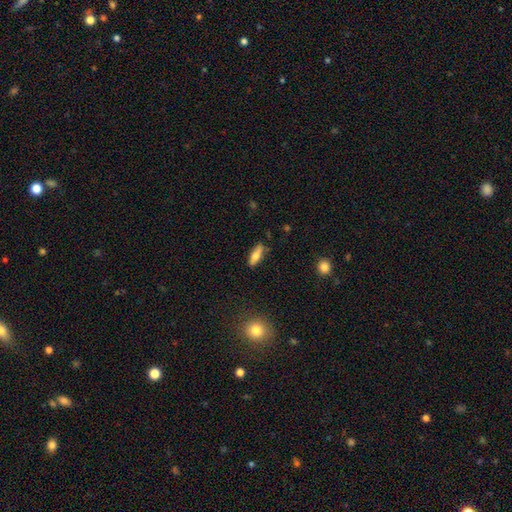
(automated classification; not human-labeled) Q: Smooth or featured?
A: smooth (68%); runner-up: featured or disk (25%)
Q: How rounded?
A: in between (54%); runner-up: cigar-shaped (44%)
Q: Merging?
A: none (79%); runner-up: minor disturbance (15%)